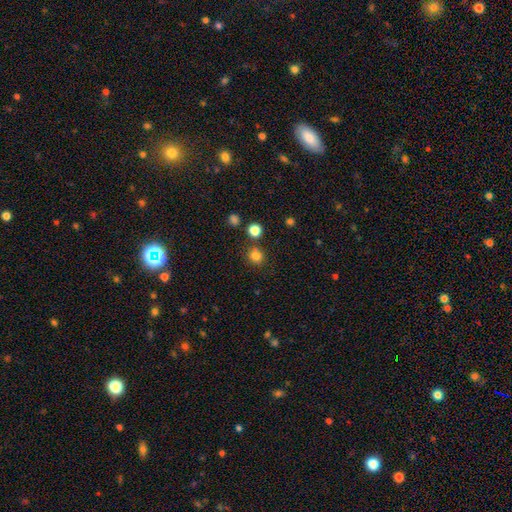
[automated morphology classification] A smooth galaxy with no disk features (81%) that is round (87%).

Vote fractions:
- Smooth or featured? smooth: 81% / star or artifact: 14% / featured or disk: 5%
- How rounded? round: 87% / in between: 12% / cigar-shaped: 1%
- Merging? none: 81% / minor disturbance: 8% / merger: 8% / major disturbance: 3%